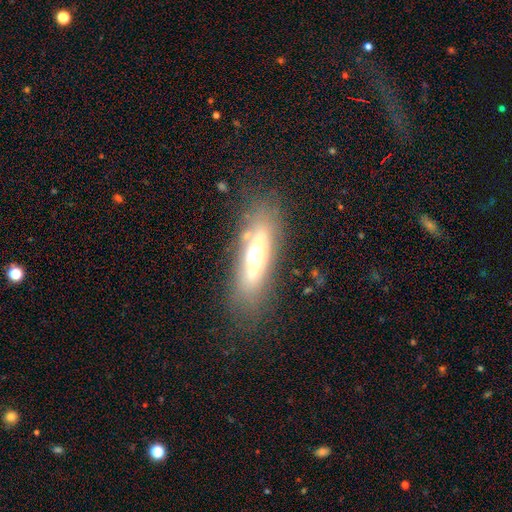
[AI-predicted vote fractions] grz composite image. It shows a featured or disk galaxy (46%). Merging: none (72%).